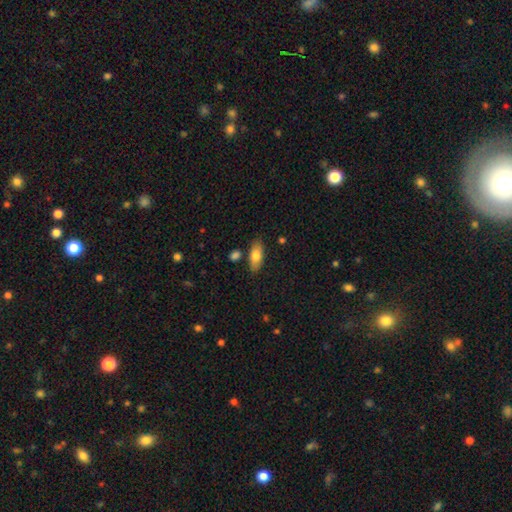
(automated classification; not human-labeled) smooth-or-featured: smooth: 78% | featured or disk: 16% | star or artifact: 6%
  how-rounded: in between: 85% | cigar-shaped: 13% | round: 3%
  merging: none: 82% | minor disturbance: 12% | merger: 4% | major disturbance: 2%